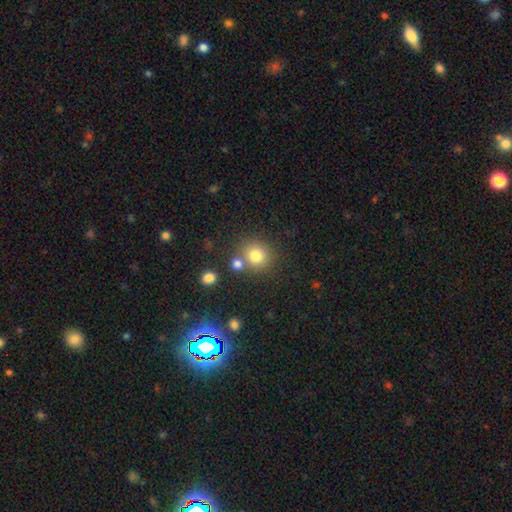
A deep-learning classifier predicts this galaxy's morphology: Smooth or featured?
  - smooth: 78% *
  - star or artifact: 13%
  - featured or disk: 9%
How rounded?
  - round: 87% *
  - in between: 12%
  - cigar-shaped: 1%
Merging?
  - none: 68% *
  - merger: 19%
  - minor disturbance: 9%
  - major disturbance: 3%